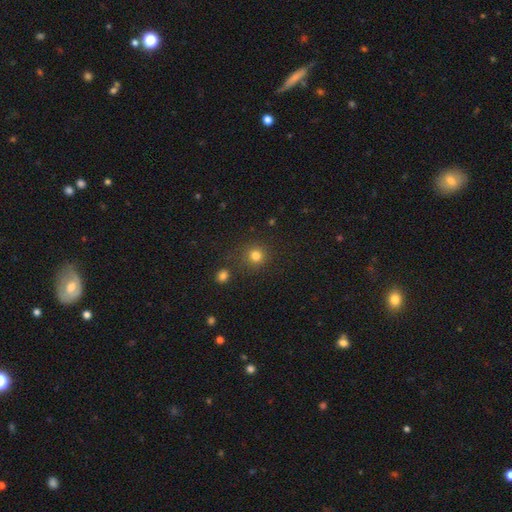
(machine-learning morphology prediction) This is likely a smooth galaxy (79%). How rounded: clearly round (91%). Merging: clearly none (82%).